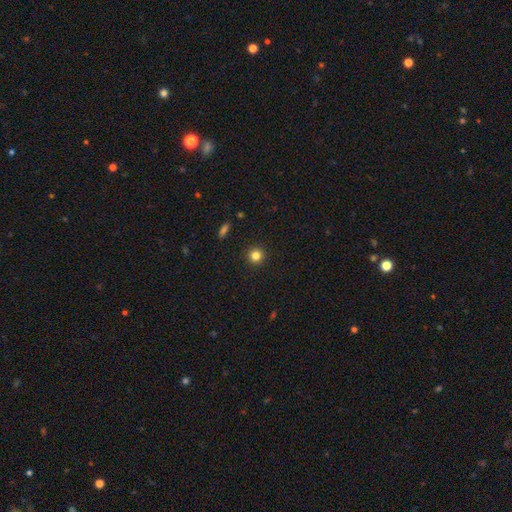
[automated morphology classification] A smooth galaxy with no disk features (82%) that is round (95%).

Vote fractions:
- Smooth or featured? smooth: 82% / star or artifact: 13% / featured or disk: 5%
- How rounded? round: 95% / in between: 4% / cigar-shaped: 1%
- Merging? none: 93% / minor disturbance: 5% / major disturbance: 2% / merger: 1%